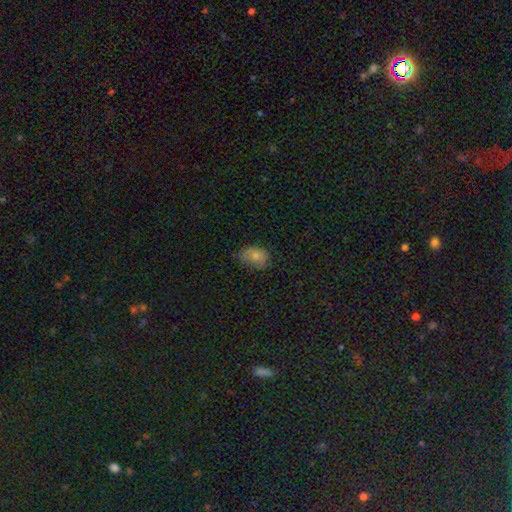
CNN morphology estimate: A smooth galaxy with no disk features (80%) that is in between round and cigar-shaped (78%).

Vote fractions:
- Smooth or featured? smooth: 80% / star or artifact: 10% / featured or disk: 10%
- How rounded? in between: 78% / round: 21% / cigar-shaped: 1%
- Merging? none: 51% / minor disturbance: 37% / major disturbance: 11% / merger: 2%